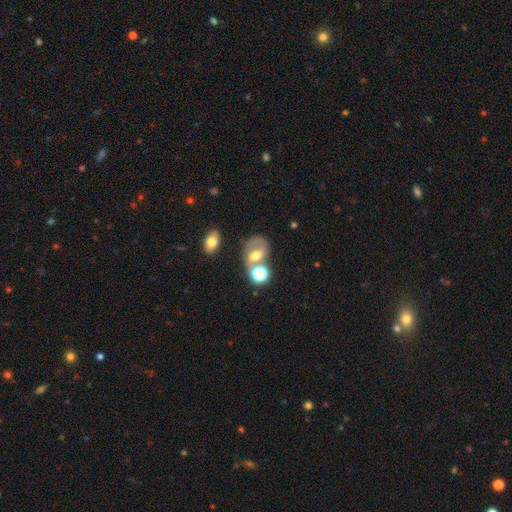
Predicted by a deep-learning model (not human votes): A featured or disk galaxy (50%).

Vote fractions:
- Smooth or featured? featured or disk: 50% / smooth: 35% / star or artifact: 15%
- Merging? none: 46% / merger: 26% / minor disturbance: 17% / major disturbance: 11%